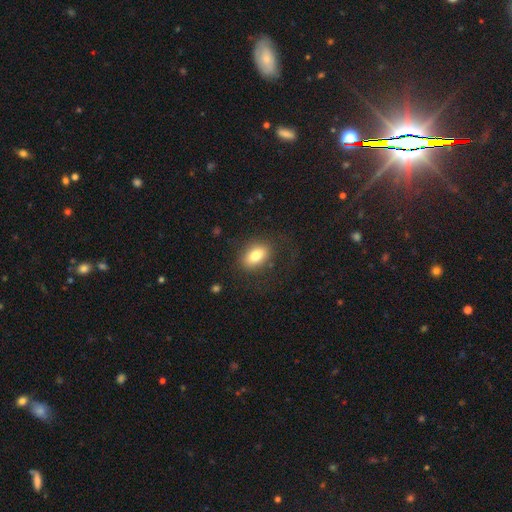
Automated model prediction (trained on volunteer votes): Overall: smooth (78%). How rounded: in between (83%). Merging: none (76%).